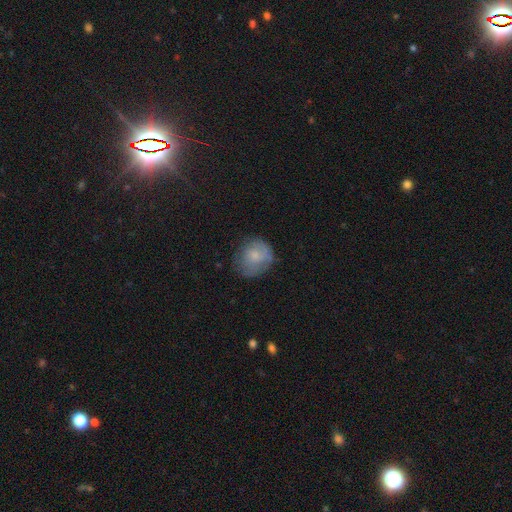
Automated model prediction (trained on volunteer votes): Smooth or featured? smooth (69%)
How rounded? round (73%)
Merging? none (58%)